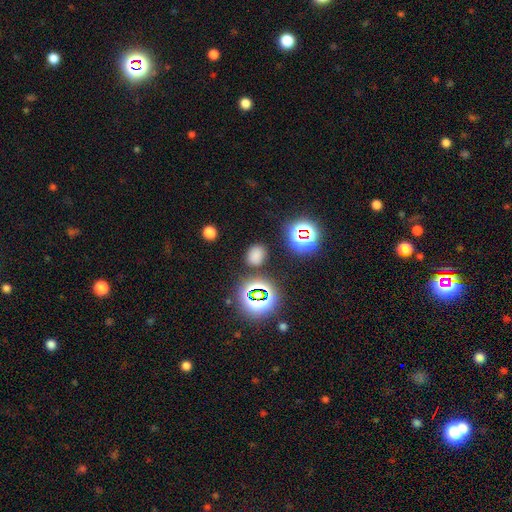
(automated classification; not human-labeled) A smooth galaxy with no disk features (69%) that is round (51%). Merging: none (82%).